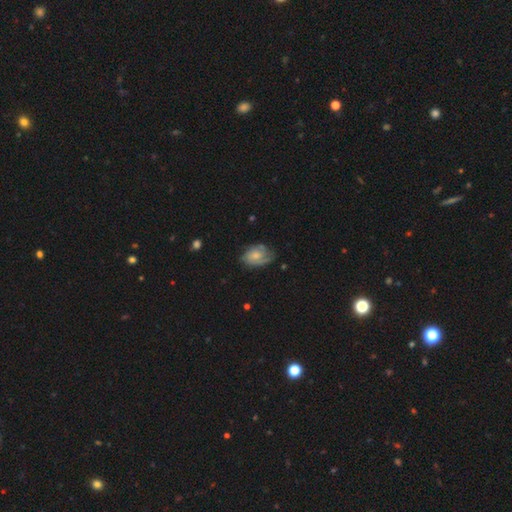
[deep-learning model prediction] A featured or disk galaxy (47%).

Vote fractions:
- Smooth or featured? featured or disk: 47% / smooth: 46% / star or artifact: 7%
- Merging? none: 56% / minor disturbance: 30% / major disturbance: 12% / merger: 2%